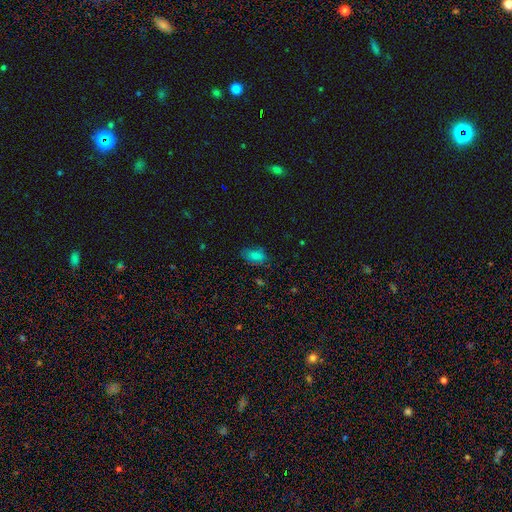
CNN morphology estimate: This is likely a smooth galaxy (79%). How rounded: clearly in between (90%). Merging: likely none (71%).